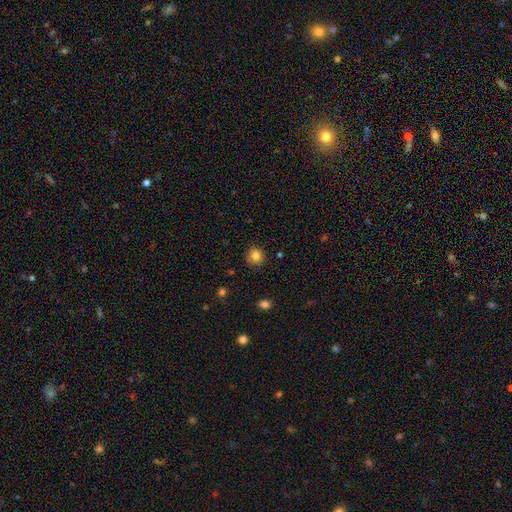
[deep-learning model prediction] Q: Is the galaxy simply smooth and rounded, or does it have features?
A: smooth — 84%.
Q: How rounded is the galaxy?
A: round — 92%.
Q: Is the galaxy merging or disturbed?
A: none — 88%.